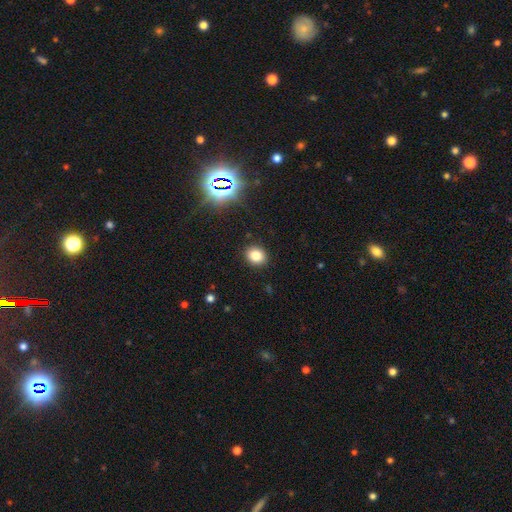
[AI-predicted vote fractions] Q: Smooth or featured?
A: smooth (80%); runner-up: star or artifact (14%)
Q: How rounded?
A: round (59%); runner-up: in between (40%)
Q: Merging?
A: none (90%); runner-up: minor disturbance (7%)